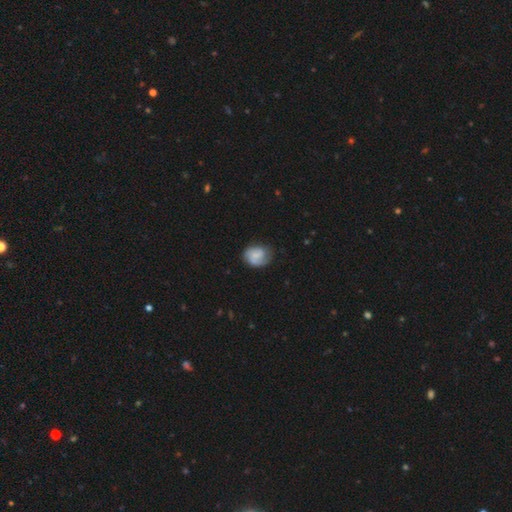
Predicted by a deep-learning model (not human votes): smooth-or-featured: smooth: 48% | featured or disk: 45% | star or artifact: 7%
  merging: none: 64% | minor disturbance: 24% | major disturbance: 10% | merger: 2%